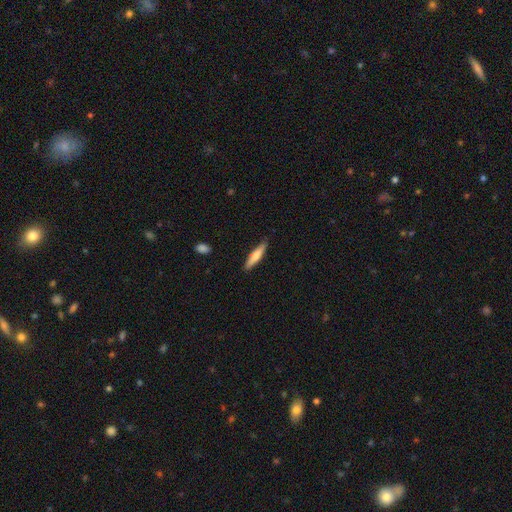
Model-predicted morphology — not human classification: Overall: smooth (68%). How rounded: cigar-shaped (84%). Merging: none (86%).